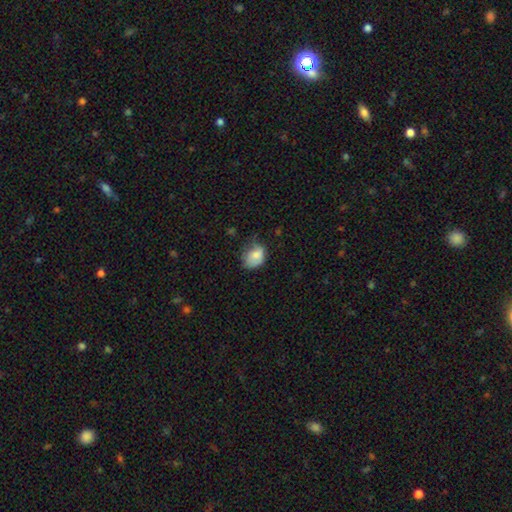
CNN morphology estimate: smooth-or-featured: smooth: 79% | featured or disk: 12% | star or artifact: 8%
  how-rounded: in between: 64% | round: 35% | cigar-shaped: 1%
  merging: none: 46% | minor disturbance: 38% | major disturbance: 14% | merger: 2%